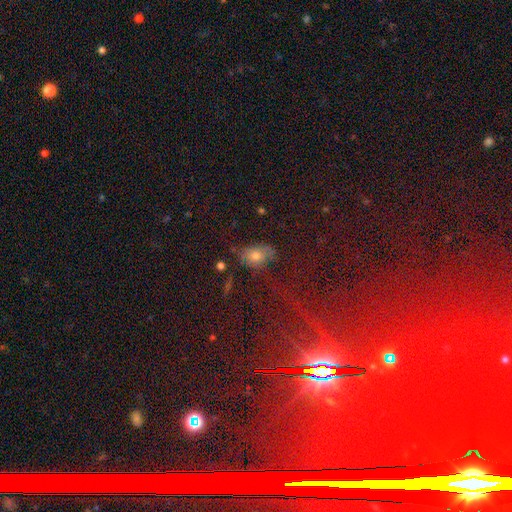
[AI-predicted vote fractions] smooth_or_featured: smooth (p=0.64) [alt: star or artifact p=0.19]
how_rounded: in between (p=0.68) [alt: round p=0.29]
merging: none (p=0.59) [alt: minor disturbance p=0.26]